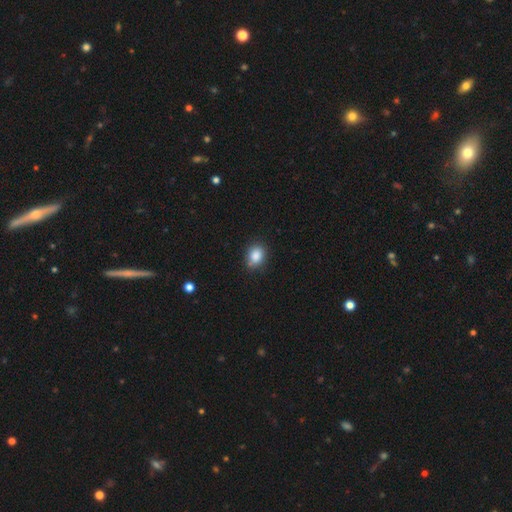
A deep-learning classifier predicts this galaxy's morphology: The model was most divided on "how rounded": in between: 54%, round: 45%, cigar-shaped: 1%. More confident: smooth or featured — smooth (85%); merging — none (75%).